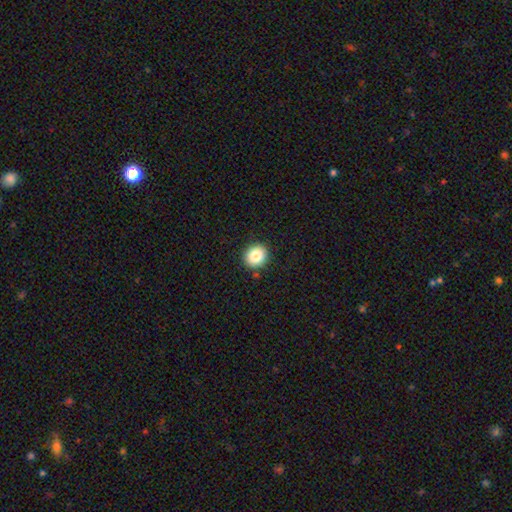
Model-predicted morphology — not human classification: Smooth or featured? smooth (84%)
How rounded? round (82%)
Merging? none (90%)